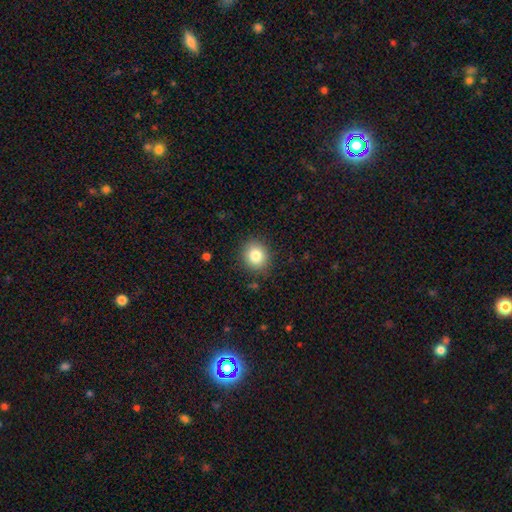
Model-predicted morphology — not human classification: This is clearly a smooth galaxy (83%). How rounded: clearly round (82%). Merging: clearly none (88%).